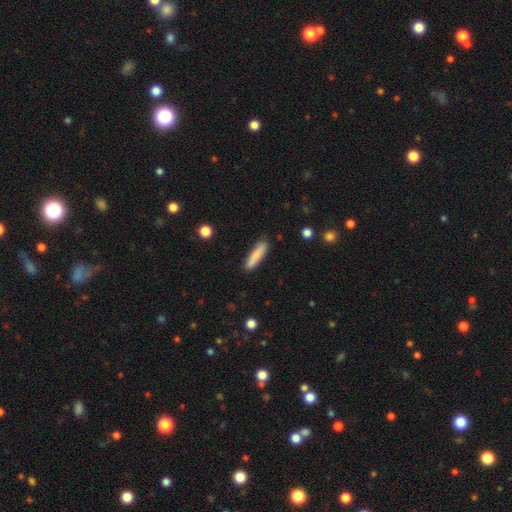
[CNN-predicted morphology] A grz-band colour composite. It shows a smooth galaxy with no disk features (83%) that is cigar-shaped (81%). Merging: none (86%).